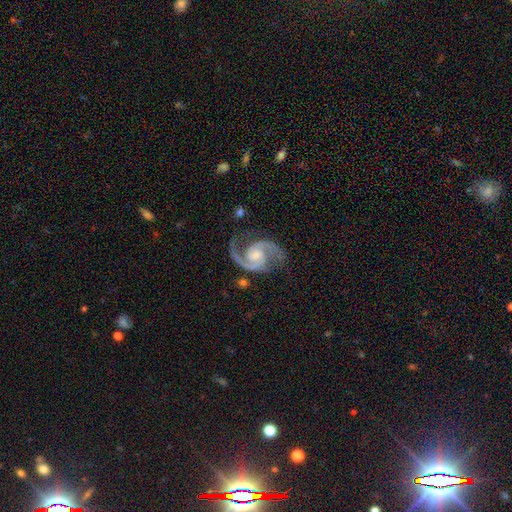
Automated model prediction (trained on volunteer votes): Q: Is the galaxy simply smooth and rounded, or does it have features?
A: featured or disk — 94%.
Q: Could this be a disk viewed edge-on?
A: no — 98%.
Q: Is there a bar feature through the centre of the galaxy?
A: no — 54%.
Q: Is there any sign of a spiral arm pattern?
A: yes — 99%.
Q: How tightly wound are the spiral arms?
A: medium — 66%.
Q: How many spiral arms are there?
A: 2 — 94%.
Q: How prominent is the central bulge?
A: moderate — 38%.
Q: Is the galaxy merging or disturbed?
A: none — 77%.